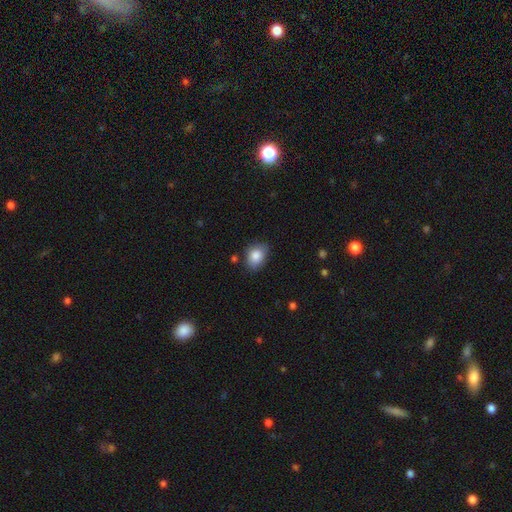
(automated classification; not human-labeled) Morphology: type=smooth (86%); roundness=in between (71%); merging=none (75%).